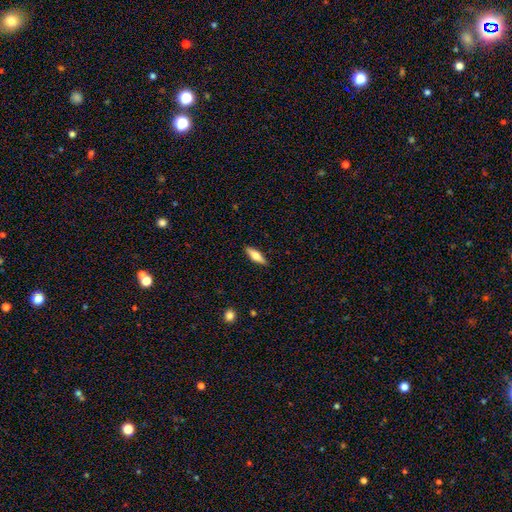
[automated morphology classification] Q: Smooth or featured?
A: smooth (60%); runner-up: featured or disk (34%)
Q: How rounded?
A: cigar-shaped (52%); runner-up: in between (46%)
Q: Merging?
A: none (89%); runner-up: minor disturbance (9%)